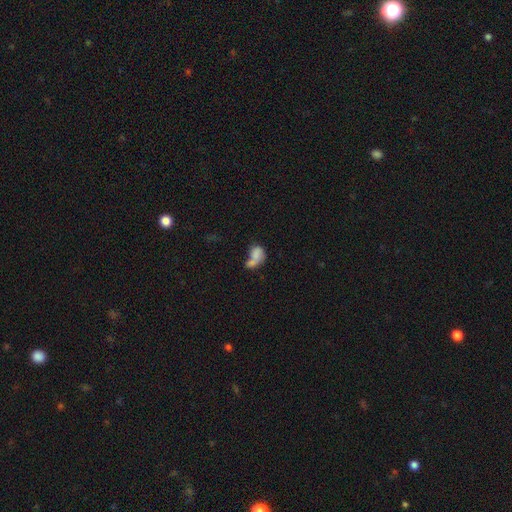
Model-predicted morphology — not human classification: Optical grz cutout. It shows a smooth galaxy with no disk features (65%) that is in between round and cigar-shaped (72%). Merging: merger (60%).